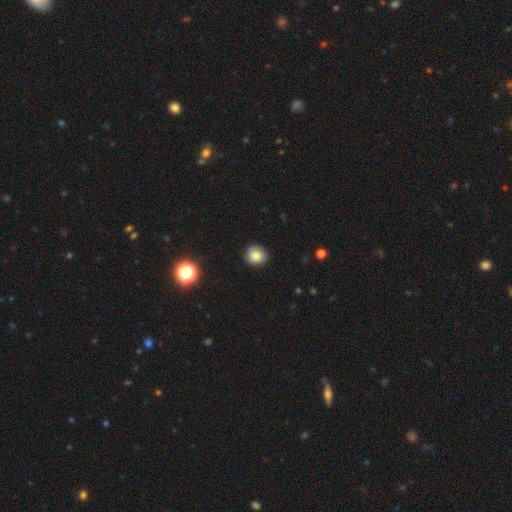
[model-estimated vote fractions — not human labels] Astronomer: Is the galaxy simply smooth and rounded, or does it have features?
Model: smooth — 82%.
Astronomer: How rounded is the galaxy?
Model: round — 89%.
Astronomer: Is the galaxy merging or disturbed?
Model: none — 90%.